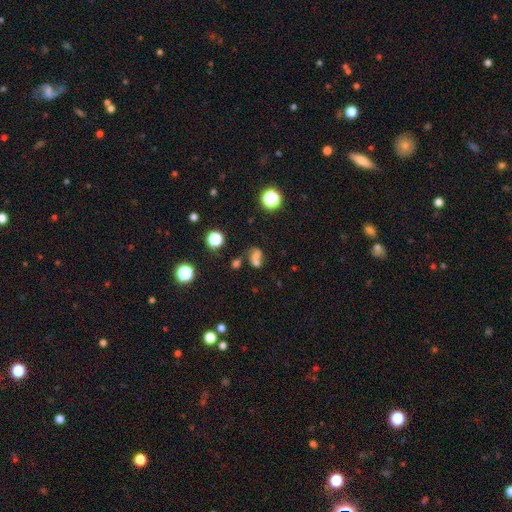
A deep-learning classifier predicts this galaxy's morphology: smooth_or_featured: smooth (p=0.56) [alt: star or artifact p=0.24]
how_rounded: in between (p=0.54) [alt: round p=0.43]
merging: merger (p=0.45) [alt: none p=0.30]